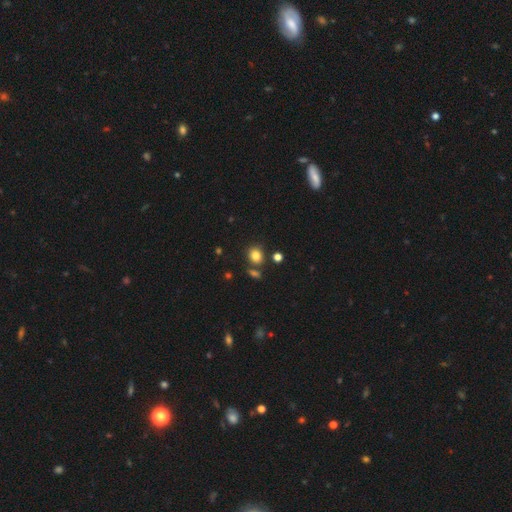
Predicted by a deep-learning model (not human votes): This is clearly a smooth galaxy (81%). How rounded: likely round (68%). Merging: likely none (73%).